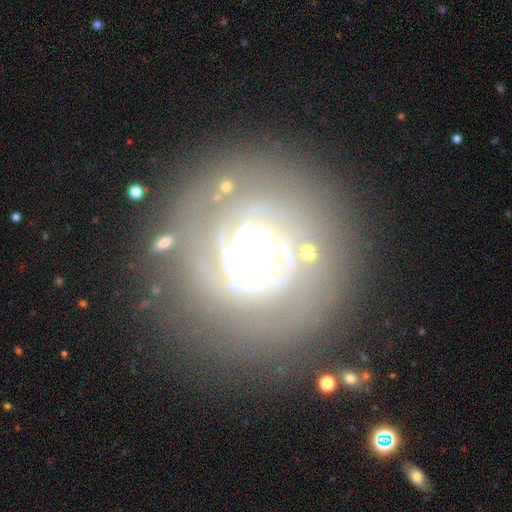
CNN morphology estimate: smooth-or-featured: featured or disk: 84% | star or artifact: 8% | smooth: 8%
  disk-edge-on: no: 97% | yes: 3%
    bar: no: 70% | weak: 17% | strong: 13%
    has-spiral-arms: yes: 97% | no: 3%
      spiral-winding: tight: 81% | medium: 16% | loose: 3%
      spiral-arm-count: 3: 27% | 2: 22% | can't tell: 20% | 4: 14% | more than 4: 10% | 1: 8%
    bulge-size: moderate: 48% | large: 33% | small: 12% | dominant: 5% | none: 2%
  merging: none: 77% | minor disturbance: 14% | major disturbance: 6% | merger: 2%